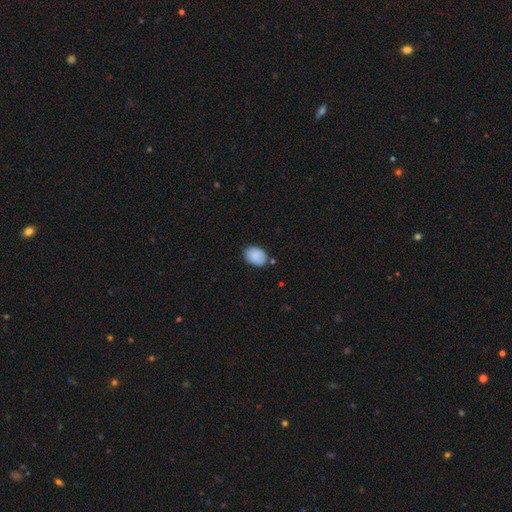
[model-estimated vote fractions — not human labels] Smooth or featured? Predicted: smooth (p=0.87). How rounded? Predicted: in between (p=0.73). Merging? Predicted: none (p=0.72).